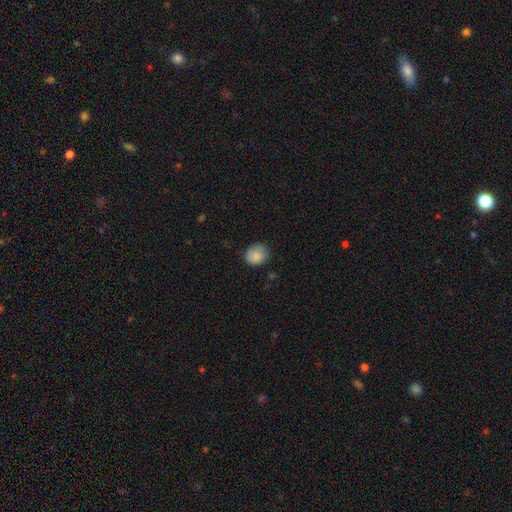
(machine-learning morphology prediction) smooth_or_featured: smooth (p=0.86) [alt: star or artifact p=0.08]
how_rounded: round (p=0.69) [alt: in between p=0.31]
merging: none (p=0.78) [alt: minor disturbance p=0.18]